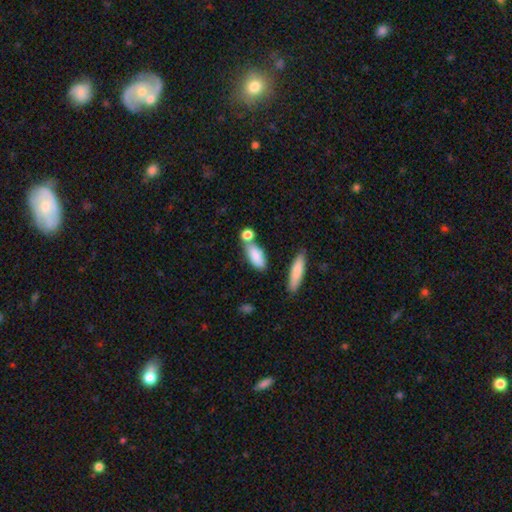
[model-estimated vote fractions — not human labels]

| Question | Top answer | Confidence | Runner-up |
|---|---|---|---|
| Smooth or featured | smooth | 82% | featured or disk (11%) |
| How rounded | in between | 70% | cigar-shaped (25%) |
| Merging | none | 53% | merger (26%) |